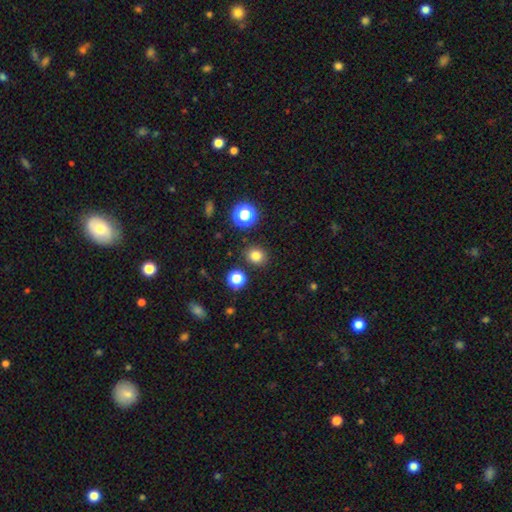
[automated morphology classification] smooth_or_featured: smooth (p=0.80) [alt: star or artifact p=0.15]
how_rounded: round (p=0.76) [alt: in between p=0.23]
merging: none (p=0.87) [alt: minor disturbance p=0.07]